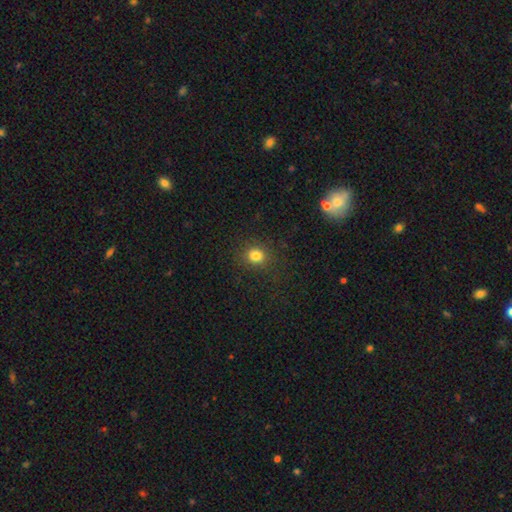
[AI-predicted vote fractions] This appears to be a smooth galaxy with no disk features (81%) that is round (81%). Merging: none (85%).